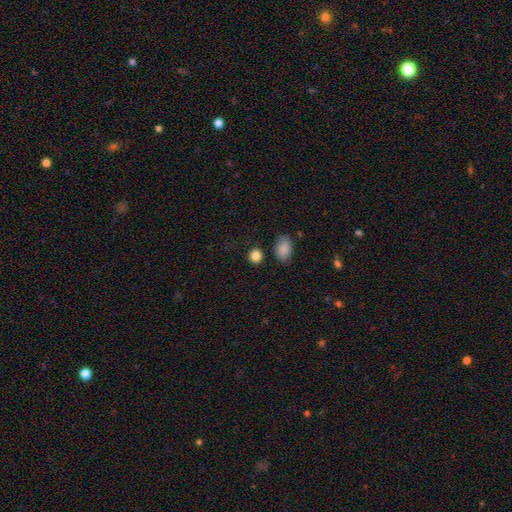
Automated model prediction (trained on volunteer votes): A smooth galaxy with no disk features (85%) that is round (79%). Merging: none (82%).